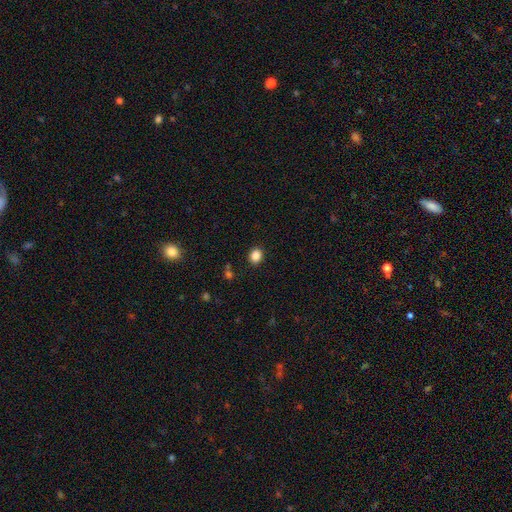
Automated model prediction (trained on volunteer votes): Smooth or featured: smooth — 86% (star or artifact — 11%)
How rounded: round — 65% (in between — 34%)
Merging: none — 89% (minor disturbance — 7%)